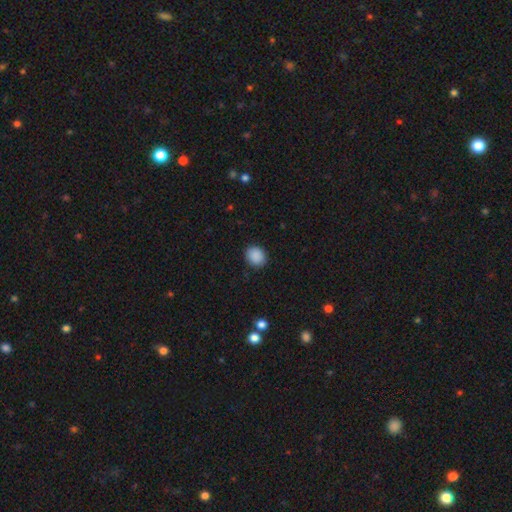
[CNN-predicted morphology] Smooth or featured? Predicted: smooth (p=0.89). How rounded? Predicted: round (p=0.64). Merging? Predicted: none (p=0.89).